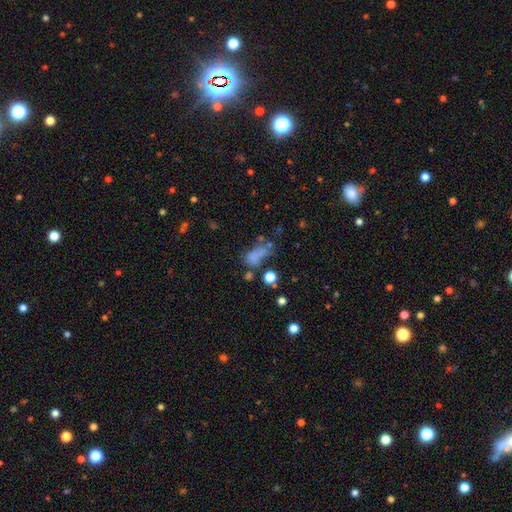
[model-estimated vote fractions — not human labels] Q: Smooth or featured?
A: smooth (64%); runner-up: star or artifact (19%)
Q: How rounded?
A: in between (73%); runner-up: round (18%)
Q: Merging?
A: none (31%); runner-up: major disturbance (29%)